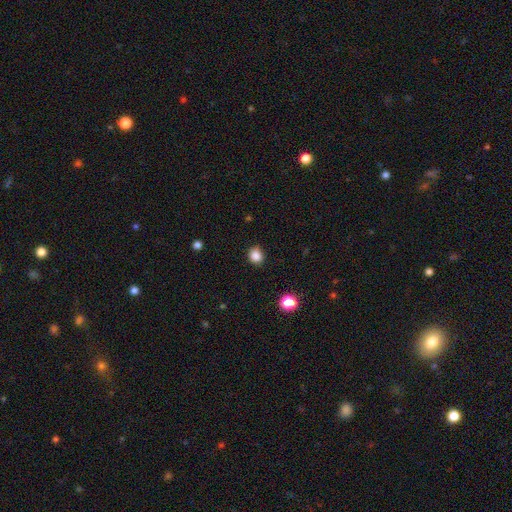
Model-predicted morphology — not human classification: A smooth galaxy with no disk features (85%) that is round (74%). Merging: none (87%).